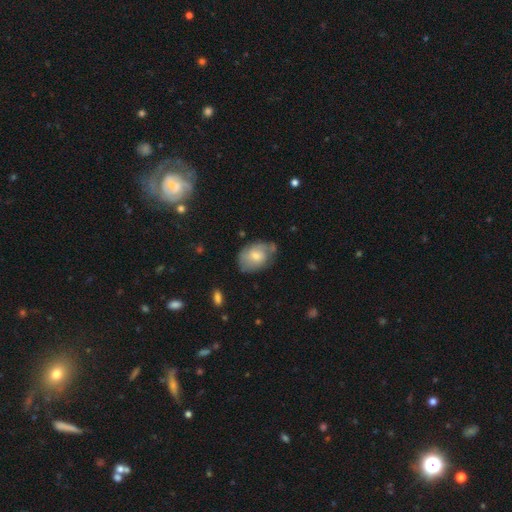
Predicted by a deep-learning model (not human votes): Smooth or featured: smooth — 62% (featured or disk — 31%)
How rounded: in between — 76% (round — 22%)
Merging: none — 54% (minor disturbance — 31%)